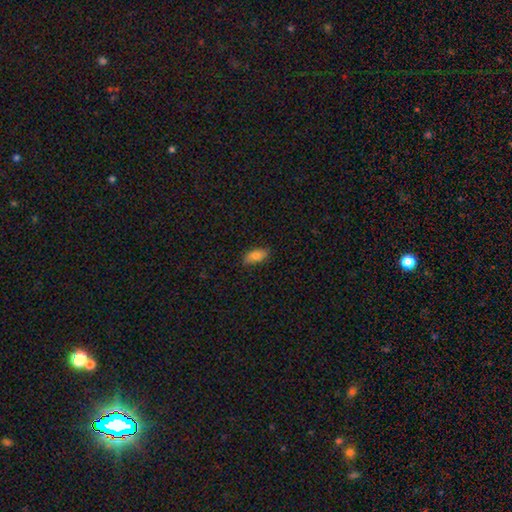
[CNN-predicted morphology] Smooth or featured: smooth — 79% (featured or disk — 14%)
How rounded: in between — 89% (cigar-shaped — 8%)
Merging: none — 81% (minor disturbance — 16%)